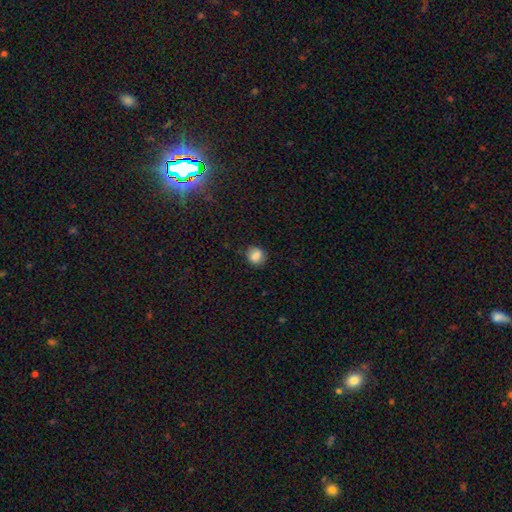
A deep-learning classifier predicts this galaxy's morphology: Q: Smooth or featured?
A: smooth (81%); runner-up: star or artifact (10%)
Q: How rounded?
A: round (69%); runner-up: in between (30%)
Q: Merging?
A: none (80%); runner-up: minor disturbance (15%)